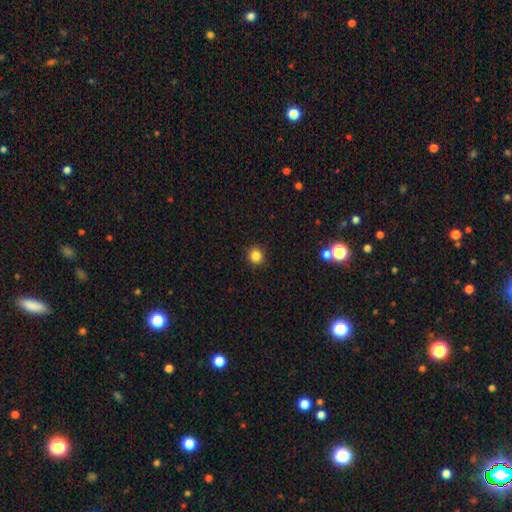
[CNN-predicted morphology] Smooth or featured: smooth — 84% (star or artifact — 12%)
How rounded: round — 92% (in between — 7%)
Merging: none — 92% (minor disturbance — 5%)